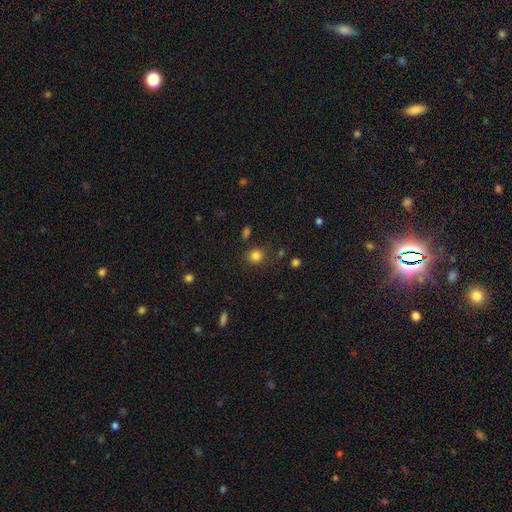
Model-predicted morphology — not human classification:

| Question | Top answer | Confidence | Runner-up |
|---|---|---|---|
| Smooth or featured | smooth | 82% | star or artifact (13%) |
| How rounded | round | 82% | in between (17%) |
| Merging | none | 80% | minor disturbance (12%) |